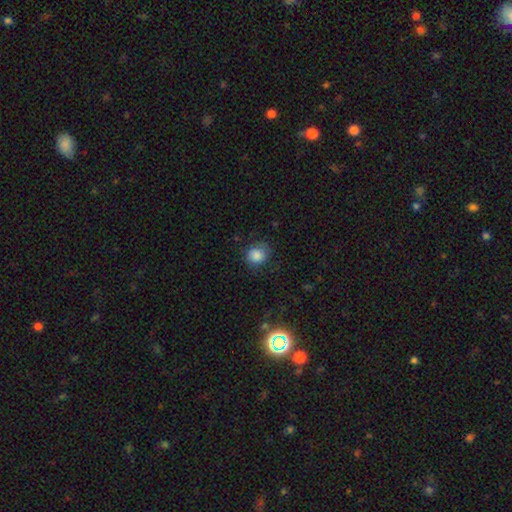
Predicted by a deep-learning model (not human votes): Q: Smooth or featured?
A: smooth (84%); runner-up: star or artifact (10%)
Q: How rounded?
A: round (75%); runner-up: in between (24%)
Q: Merging?
A: none (68%); runner-up: minor disturbance (22%)